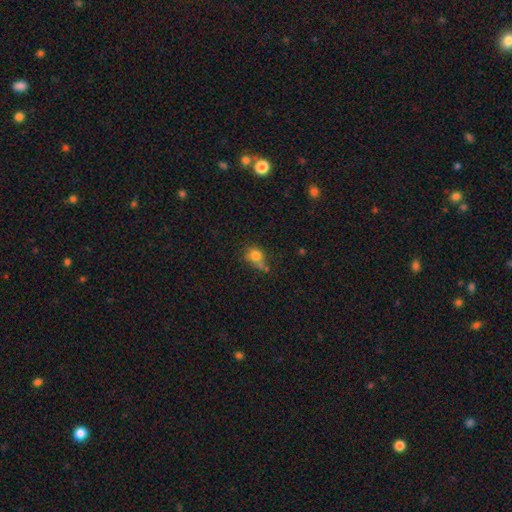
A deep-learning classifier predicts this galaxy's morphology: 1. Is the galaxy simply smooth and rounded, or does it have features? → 77% smooth, 12% star or artifact, 11% featured or disk.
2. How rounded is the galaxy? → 66% round, 33% in between, 2% cigar-shaped.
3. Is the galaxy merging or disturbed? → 44% none, 26% minor disturbance, 18% merger, 11% major disturbance.